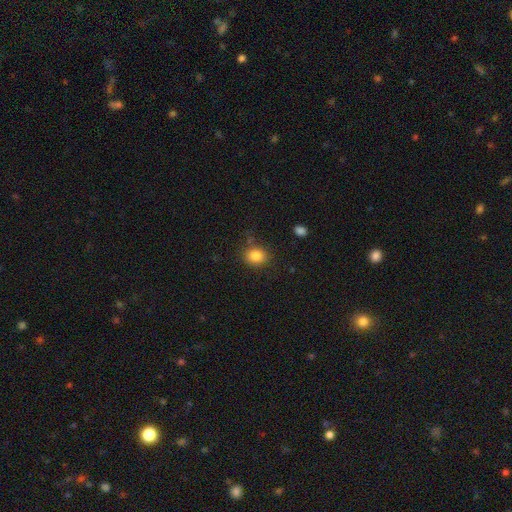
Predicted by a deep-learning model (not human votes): Smooth or featured: smooth — 84% (star or artifact — 10%)
How rounded: round — 62% (in between — 37%)
Merging: none — 80% (minor disturbance — 13%)